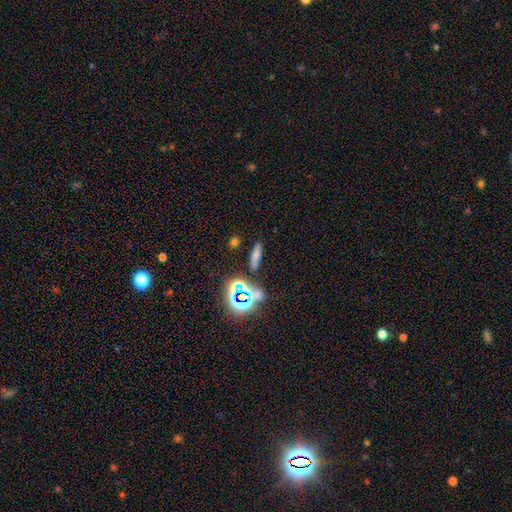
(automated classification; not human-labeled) Overall: smooth (63%; star or artifact 23%). How rounded: cigar-shaped (68%). Merging: none (82%).